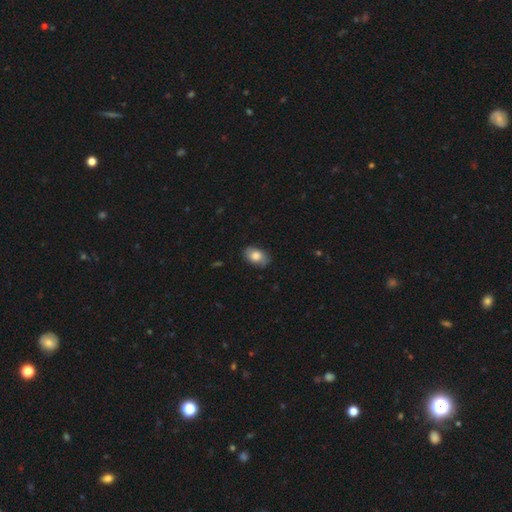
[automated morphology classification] A smooth galaxy with no disk features (78%) that is in between round and cigar-shaped (84%).

Vote fractions:
- Smooth or featured? smooth: 78% / featured or disk: 15% / star or artifact: 7%
- How rounded? in between: 84% / round: 14% / cigar-shaped: 1%
- Merging? none: 79% / minor disturbance: 17% / major disturbance: 3% / merger: 1%